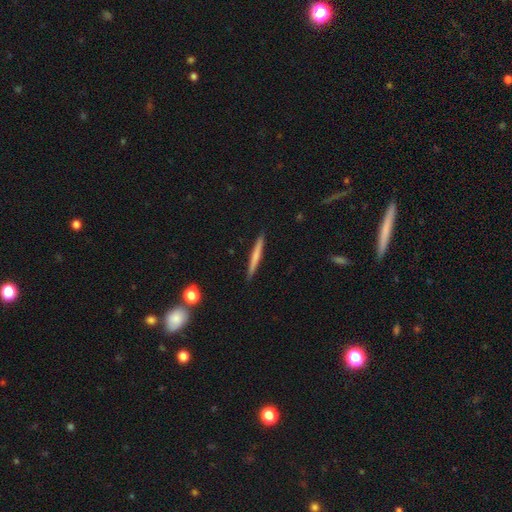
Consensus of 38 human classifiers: Volunteers were most divided on "smooth or featured": smooth: 58%, featured or disk: 39%, star or artifact: 3%. More confident: how rounded — cigar-shaped (100%); merging — none (89%).